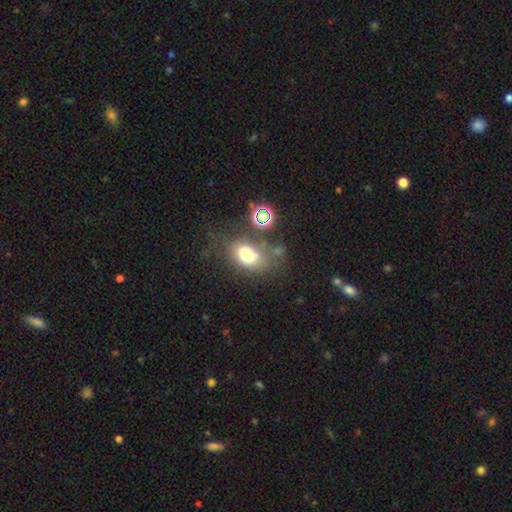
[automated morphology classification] A smooth galaxy with no disk features (69%) that is in between round and cigar-shaped (73%). Merging: none (51%).